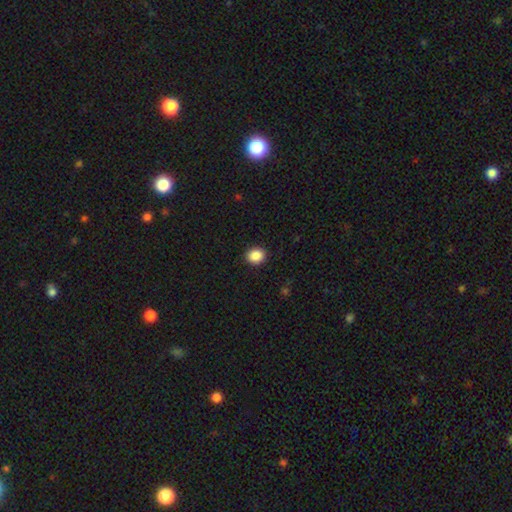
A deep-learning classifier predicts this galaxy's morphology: smooth-or-featured: smooth: 88% | star or artifact: 9% | featured or disk: 3%
  how-rounded: round: 71% | in between: 28% | cigar-shaped: 1%
  merging: none: 91% | minor disturbance: 6% | major disturbance: 2% | merger: 1%